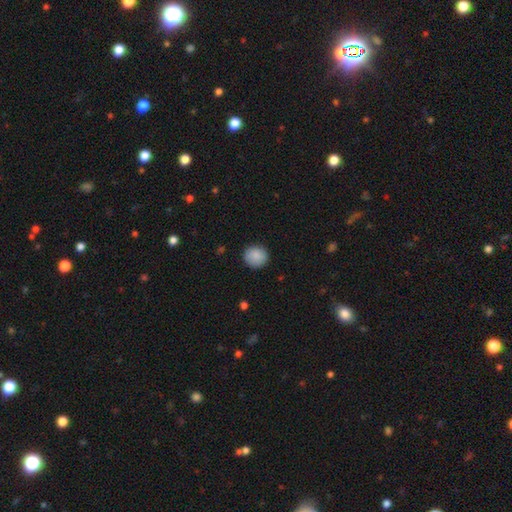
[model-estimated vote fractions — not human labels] Smooth or featured?
  - smooth: 87% *
  - star or artifact: 7%
  - featured or disk: 5%
How rounded?
  - round: 93% *
  - in between: 6%
  - cigar-shaped: 1%
Merging?
  - none: 89% *
  - minor disturbance: 8%
  - major disturbance: 2%
  - merger: 1%